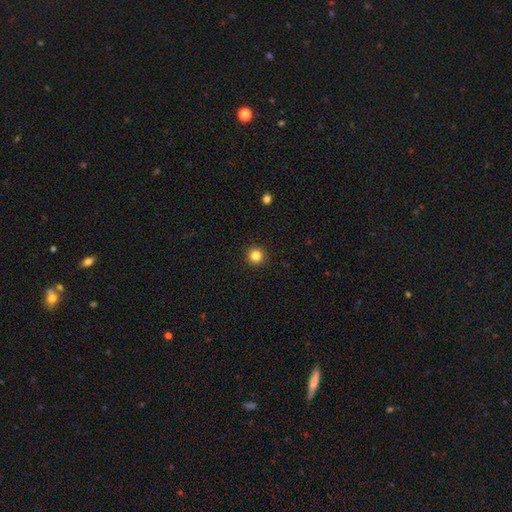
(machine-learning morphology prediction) The model was most divided on "smooth or featured": smooth: 84%, star or artifact: 12%, featured or disk: 4%. More confident: how rounded — round (96%); merging — none (93%).